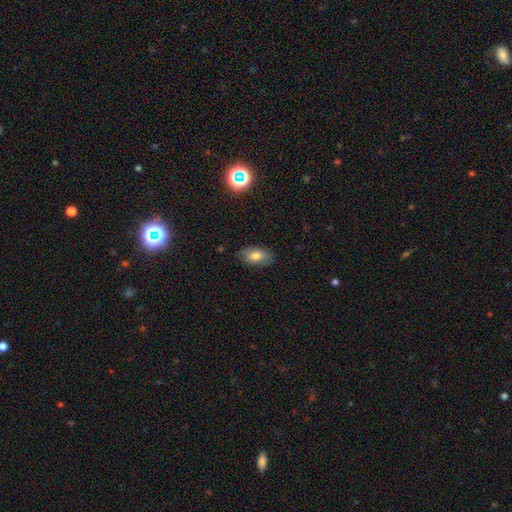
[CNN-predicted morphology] This is likely a smooth galaxy (75%). How rounded: clearly in between (91%). Merging: clearly none (82%).